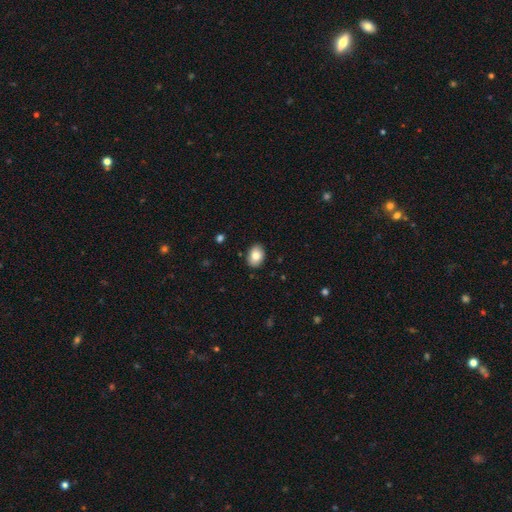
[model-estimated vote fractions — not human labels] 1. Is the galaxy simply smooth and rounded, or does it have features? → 83% smooth, 9% featured or disk, 7% star or artifact.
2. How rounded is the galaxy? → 79% in between, 20% round, 1% cigar-shaped.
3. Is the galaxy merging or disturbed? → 88% none, 9% minor disturbance, 2% major disturbance, 1% merger.